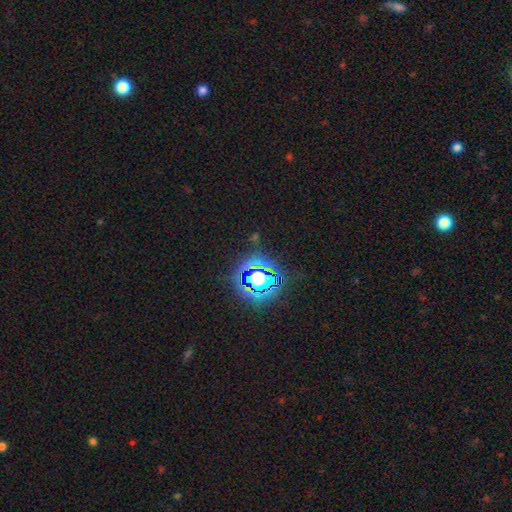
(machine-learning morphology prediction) This is likely a star or artifact rather than a galaxy (80%).